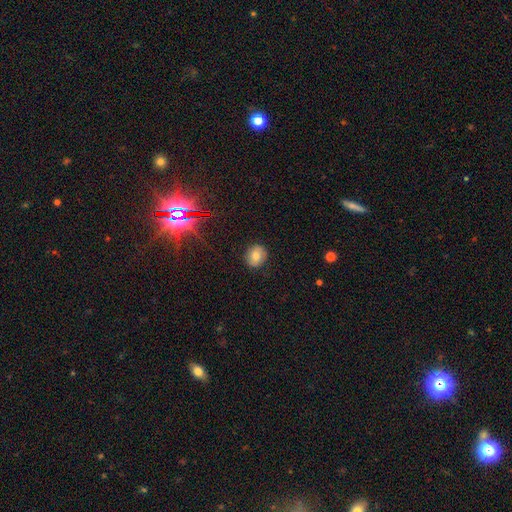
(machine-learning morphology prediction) smooth-or-featured: smooth: 71% | featured or disk: 16% | star or artifact: 13%
  how-rounded: round: 68% | in between: 31% | cigar-shaped: 1%
  merging: none: 87% | minor disturbance: 10% | major disturbance: 2% | merger: 1%